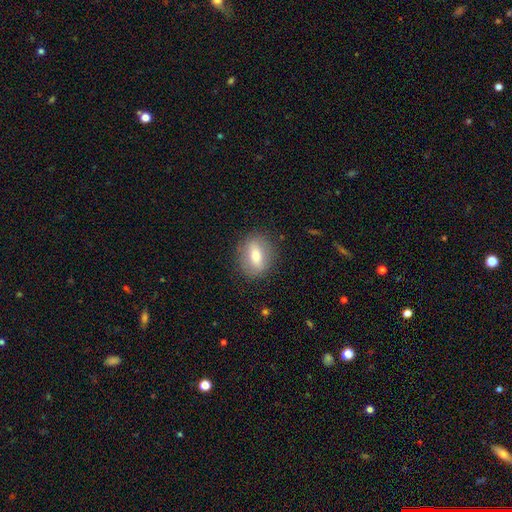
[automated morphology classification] smooth_or_featured: smooth (p=0.64) [alt: featured or disk p=0.28]
how_rounded: in between (p=0.60) [alt: round p=0.33]
merging: none (p=0.86) [alt: minor disturbance p=0.10]